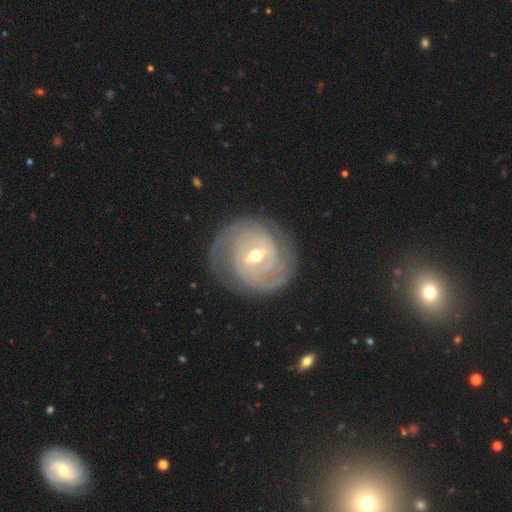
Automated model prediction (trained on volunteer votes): Smooth or featured? featured or disk (88%)
Edge-on disk? no (97%)
Bar? weak (51%)
Spiral arms? yes (96%)
Spiral winding? tight (76%)
Spiral arm count? 2 (31%)
Bulge size? moderate (63%)
Merging? none (80%)